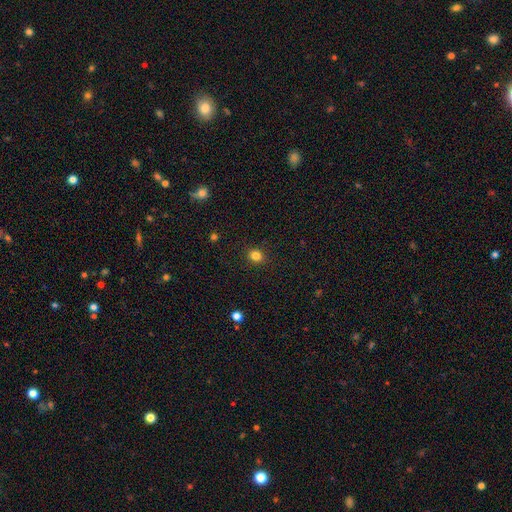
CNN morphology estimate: Smooth or featured? smooth (83%)
How rounded? round (78%)
Merging? none (90%)